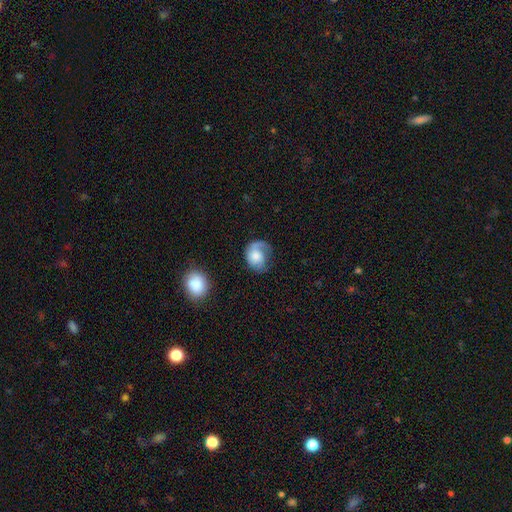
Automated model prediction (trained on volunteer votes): featured or disk 58%, smooth 35%, star or artifact 7%. Down the decision tree: edge-on disk — no (97%); bar — no (74%); spiral arms — yes (89%); spiral arm count — 1 (62%); spiral winding — medium (38%); bulge size — moderate (41%); merging — none (49%).